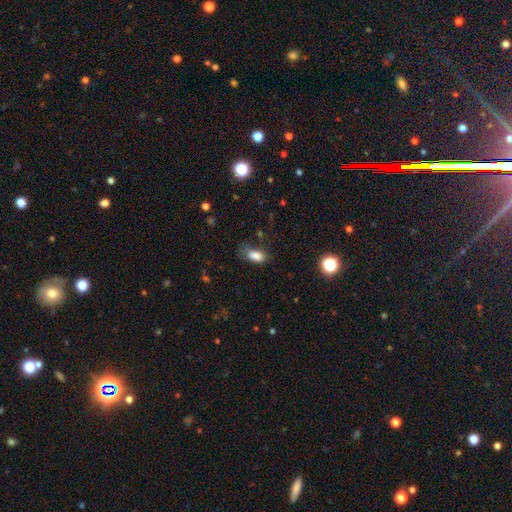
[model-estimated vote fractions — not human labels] Smooth or featured: smooth — 83% (star or artifact — 10%)
How rounded: in between — 89% (round — 6%)
Merging: none — 53% (minor disturbance — 30%)